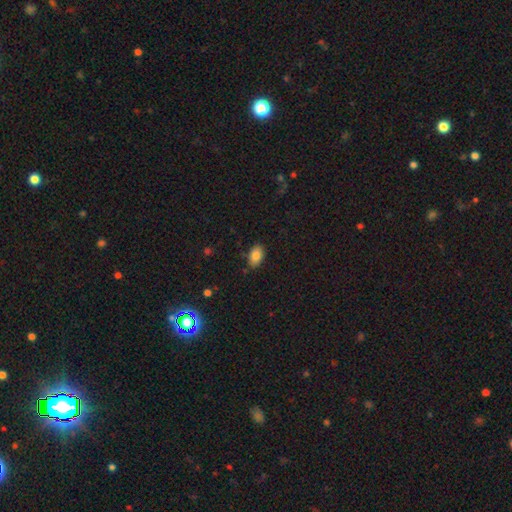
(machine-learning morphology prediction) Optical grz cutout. It shows a smooth galaxy with no disk features (83%) that is in between round and cigar-shaped (89%). Merging: none (84%).